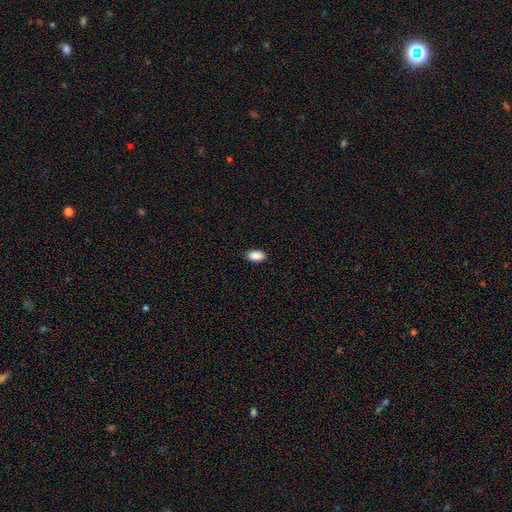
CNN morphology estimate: type=smooth (90%); roundness=in between (93%); merging=none (87%).